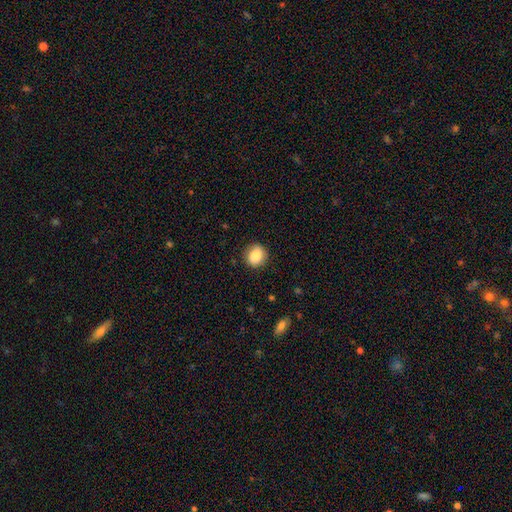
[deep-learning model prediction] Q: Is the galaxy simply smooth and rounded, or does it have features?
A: smooth — 86%.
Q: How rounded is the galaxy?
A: round — 81%.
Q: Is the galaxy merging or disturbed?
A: none — 85%.